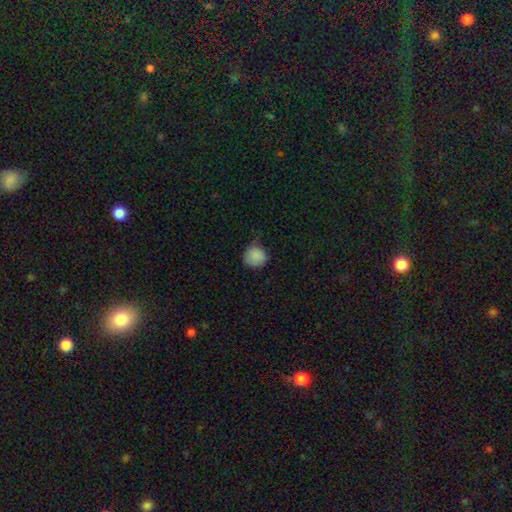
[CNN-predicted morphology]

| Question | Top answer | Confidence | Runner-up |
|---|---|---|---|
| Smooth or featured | smooth | 86% | star or artifact (9%) |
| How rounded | round | 84% | in between (15%) |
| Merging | none | 56% | minor disturbance (34%) |